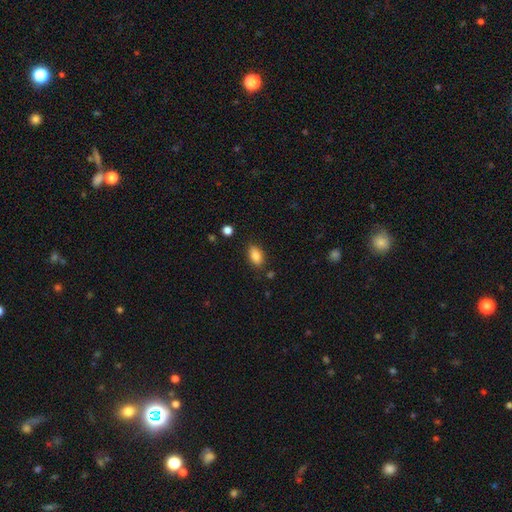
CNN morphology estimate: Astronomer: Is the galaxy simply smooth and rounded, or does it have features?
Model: smooth — 84%.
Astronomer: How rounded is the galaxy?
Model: in between — 89%.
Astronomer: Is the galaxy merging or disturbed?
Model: none — 83%.